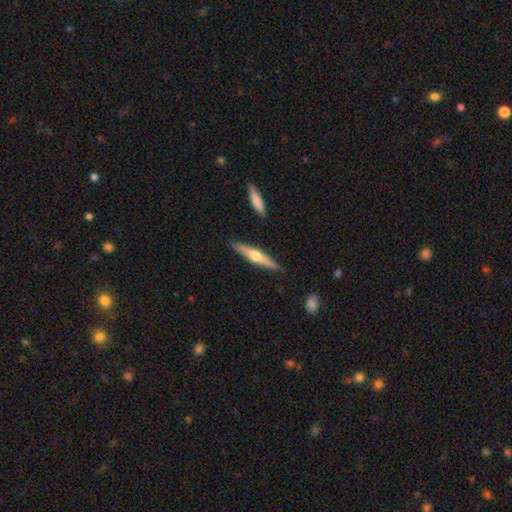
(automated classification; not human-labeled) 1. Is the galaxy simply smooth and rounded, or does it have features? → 56% featured or disk, 38% smooth, 5% star or artifact.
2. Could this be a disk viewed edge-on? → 95% yes, 5% no.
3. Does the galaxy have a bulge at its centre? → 91% rounded, 5% none, 3% boxy.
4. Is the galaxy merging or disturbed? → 88% none, 8% minor disturbance, 2% merger, 2% major disturbance.